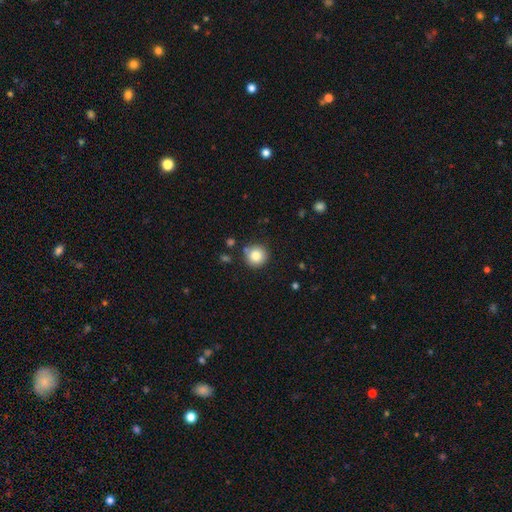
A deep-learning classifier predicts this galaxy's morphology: Overall: smooth (83%). How rounded: round (94%). Merging: none (84%).